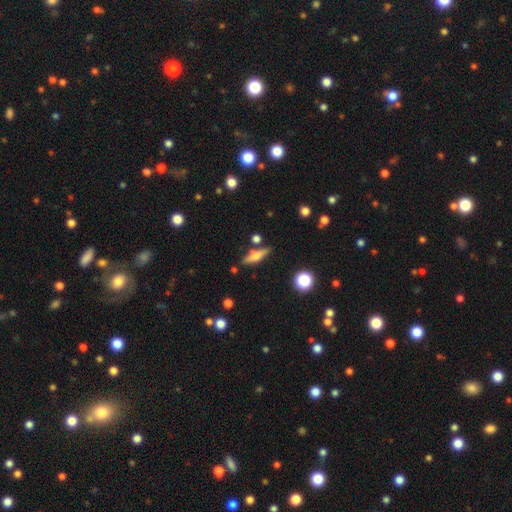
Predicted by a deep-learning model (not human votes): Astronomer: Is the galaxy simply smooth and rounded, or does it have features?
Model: smooth — 47% (runner-up: featured or disk, 44%).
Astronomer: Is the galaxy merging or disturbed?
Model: none — 78%.